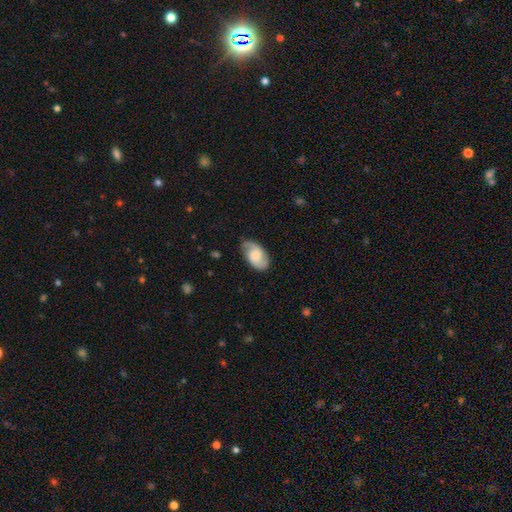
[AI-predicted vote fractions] The model was most divided on "bulge size": moderate: 43%, small: 39%, none: 8%, large: 8%, dominant: 2%. Remaining: edge-on disk — no (96%); spiral arms — yes (92%); spiral arm count — 2 (83%); merging — none (75%); bar — no (63%); smooth or featured — featured or disk (59%); spiral winding — medium (45%).